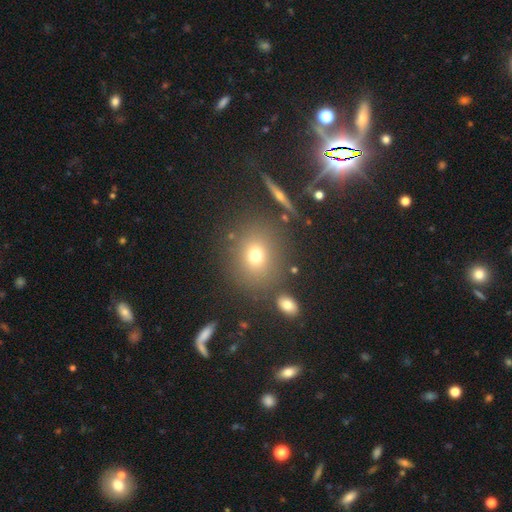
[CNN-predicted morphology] The model was most divided on "how rounded": round: 69%, in between: 29%, cigar-shaped: 2%. More confident: merging — none (79%); smooth or featured — smooth (70%).